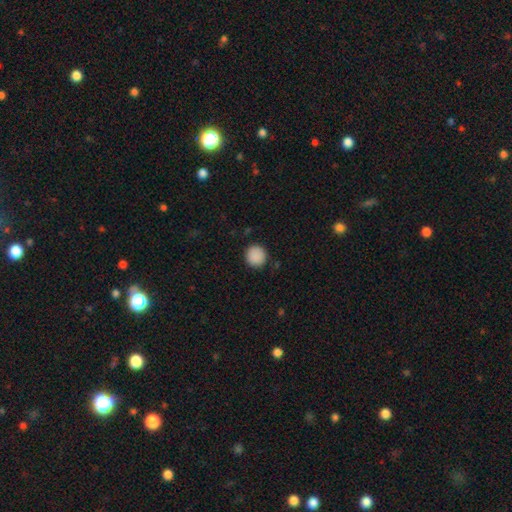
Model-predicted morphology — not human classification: smooth 89%, star or artifact 8%, featured or disk 3%. Down the decision tree: how rounded — round (93%); merging — none (89%).